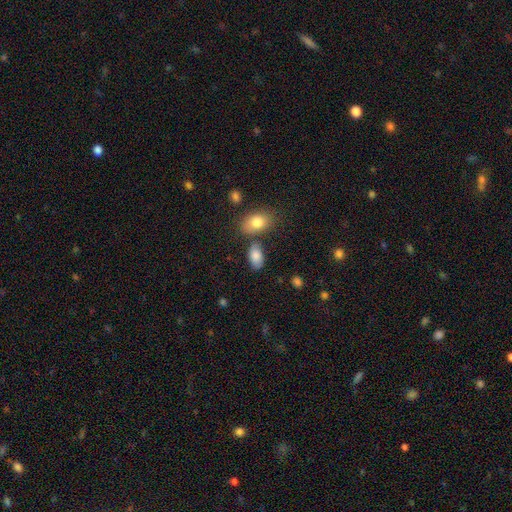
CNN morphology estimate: A smooth galaxy with no disk features (85%) that is in between round and cigar-shaped (94%). Merging: none (69%).